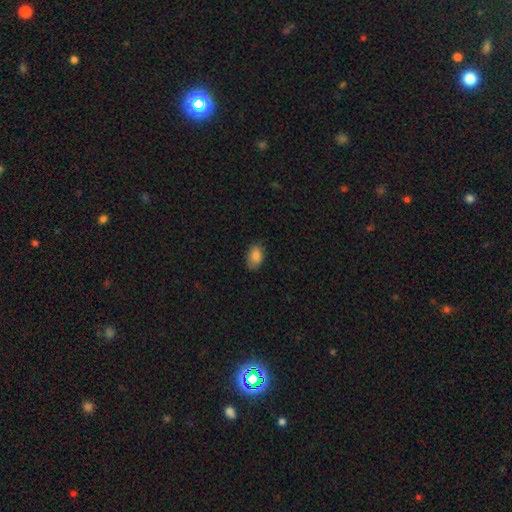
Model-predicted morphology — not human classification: smooth 86%, star or artifact 8%, featured or disk 7%. Down the decision tree: how rounded — in between (87%); merging — none (81%).